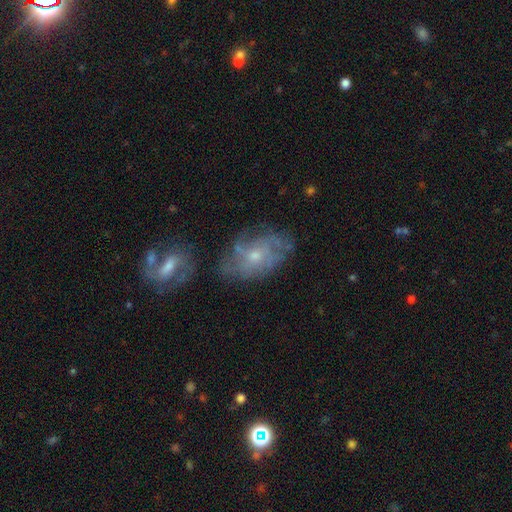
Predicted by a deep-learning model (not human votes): smooth_or_featured: featured or disk (p=0.69) [alt: smooth p=0.22]
disk_edge_on: no (p=0.95) [alt: yes p=0.05]
bar: no (p=0.79) [alt: weak p=0.18]
has_spiral_arms: yes (p=0.73) [alt: no p=0.27]
bulge_size: small (p=0.56) [alt: moderate p=0.39]
merging: none (p=0.60) [alt: minor disturbance p=0.22]